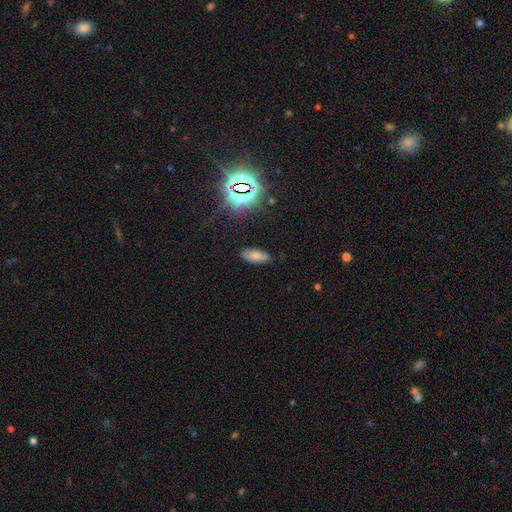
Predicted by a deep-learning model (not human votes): A smooth galaxy with no disk features (71%) that is in between round and cigar-shaped (84%).

Vote fractions:
- Smooth or featured? smooth: 71% / star or artifact: 16% / featured or disk: 13%
- How rounded? in between: 84% / cigar-shaped: 14% / round: 3%
- Merging? none: 83% / minor disturbance: 13% / major disturbance: 3% / merger: 1%